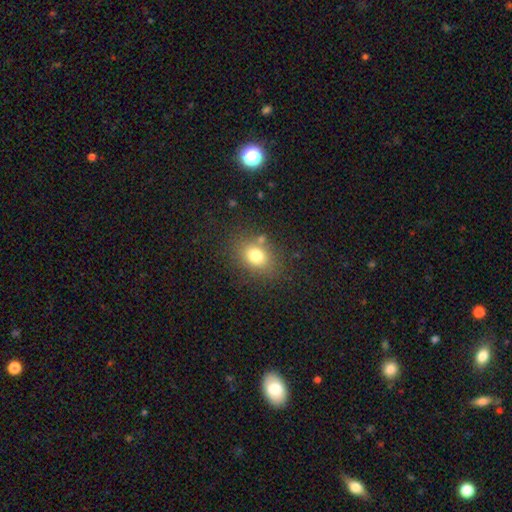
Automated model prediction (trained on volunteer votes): A smooth galaxy with no disk features (77%) that is in between round and cigar-shaped (59%).

Vote fractions:
- Smooth or featured? smooth: 77% / star or artifact: 13% / featured or disk: 10%
- How rounded? in between: 59% / round: 40% / cigar-shaped: 1%
- Merging? none: 77% / minor disturbance: 13% / merger: 5% / major disturbance: 5%